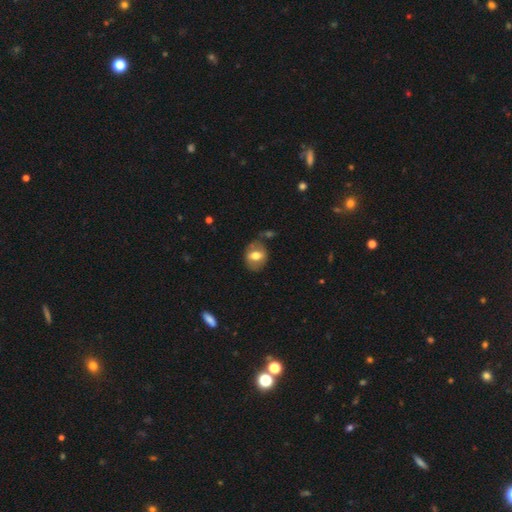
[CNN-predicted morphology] A smooth galaxy with no disk features (58%) that is in between round and cigar-shaped (55%).

Vote fractions:
- Smooth or featured? smooth: 58% / featured or disk: 34% / star or artifact: 8%
- How rounded? in between: 55% / round: 44% / cigar-shaped: 1%
- Merging? none: 65% / minor disturbance: 20% / major disturbance: 8% / merger: 6%